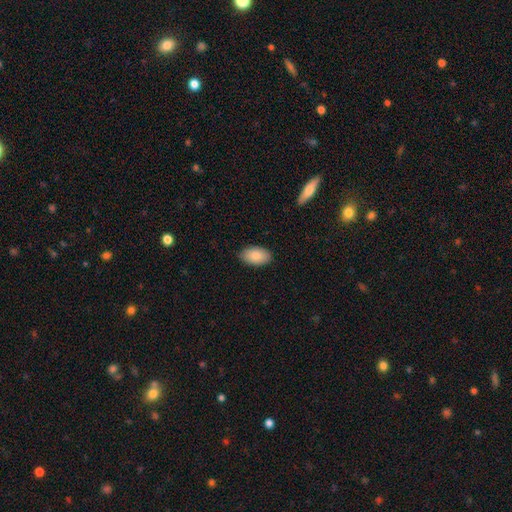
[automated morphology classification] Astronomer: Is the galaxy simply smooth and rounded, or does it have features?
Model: smooth — 86%.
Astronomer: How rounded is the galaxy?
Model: in between — 95%.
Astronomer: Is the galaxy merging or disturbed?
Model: none — 87%.